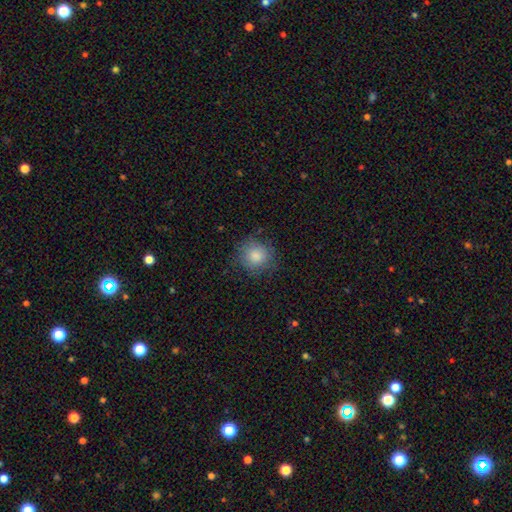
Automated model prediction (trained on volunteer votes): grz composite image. It shows a smooth galaxy with no disk features (83%) that is round (89%). Merging: none (78%).